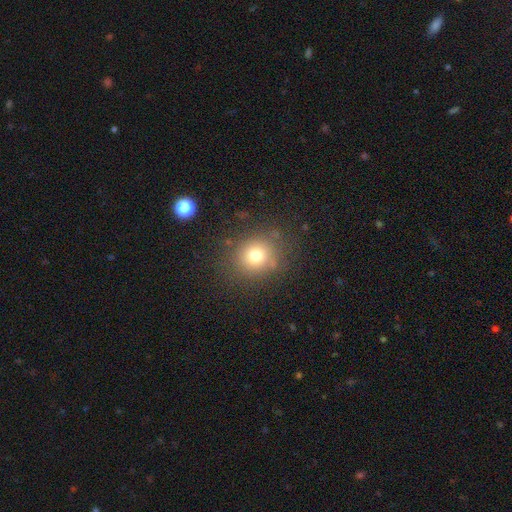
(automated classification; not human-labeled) Smooth or featured? Predicted: smooth (p=0.74). How rounded? Predicted: round (p=0.84). Merging? Predicted: none (p=0.81).